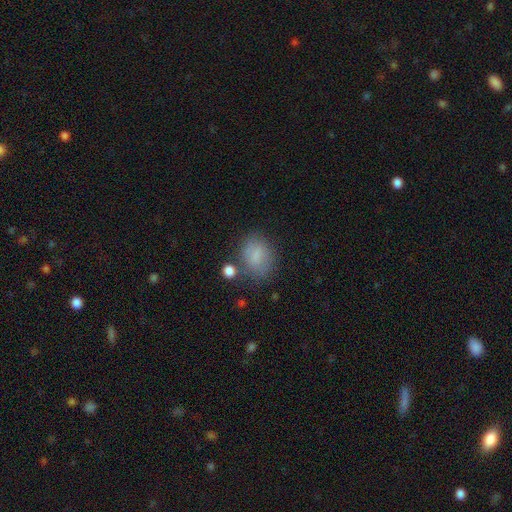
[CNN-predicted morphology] type=smooth (76%); roundness=in between (60%); merging=none (66%).